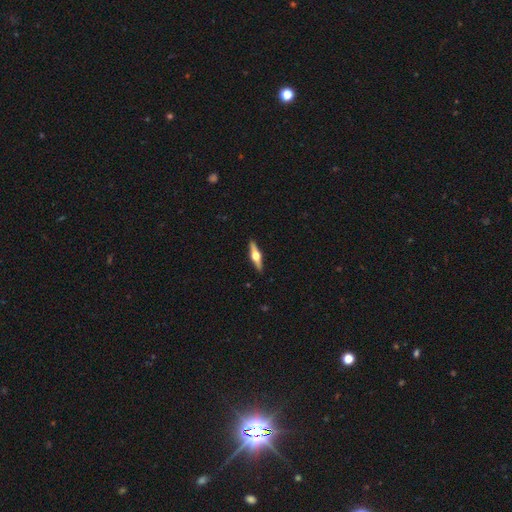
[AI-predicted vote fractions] A featured or disk galaxy (71%) viewed edge-on (97%) with a rounded central bulge (96%).

Vote fractions:
- Smooth or featured? featured or disk: 71% / smooth: 24% / star or artifact: 5%
- Edge-on disk? yes: 97% / no: 3%
- Edge-on bulge? rounded: 96% / boxy: 3% / none: 1%
- Merging? none: 91% / minor disturbance: 6% / major disturbance: 1% / merger: 1%